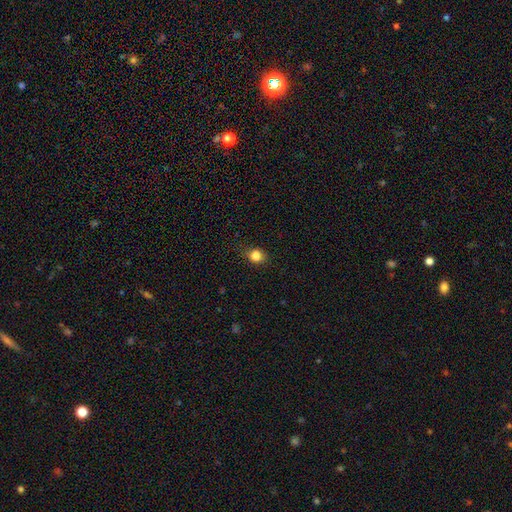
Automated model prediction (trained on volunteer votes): Overall: smooth (83%). How rounded: round (67%; in between 32%). Merging: none (78%).